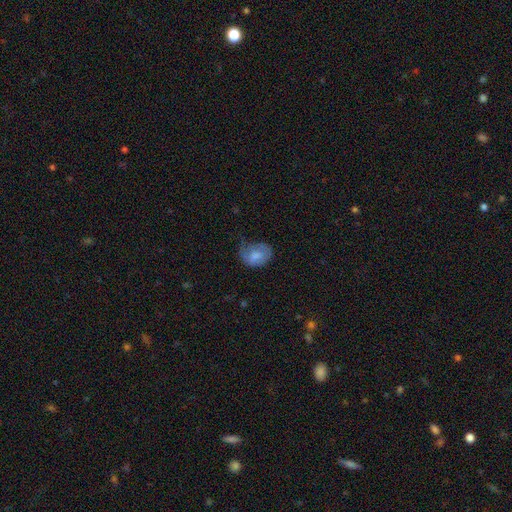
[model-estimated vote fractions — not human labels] smooth-or-featured: smooth: 67% | featured or disk: 25% | star or artifact: 7%
  how-rounded: in between: 64% | round: 35% | cigar-shaped: 1%
  merging: minor disturbance: 37% | none: 32% | major disturbance: 30% | merger: 2%